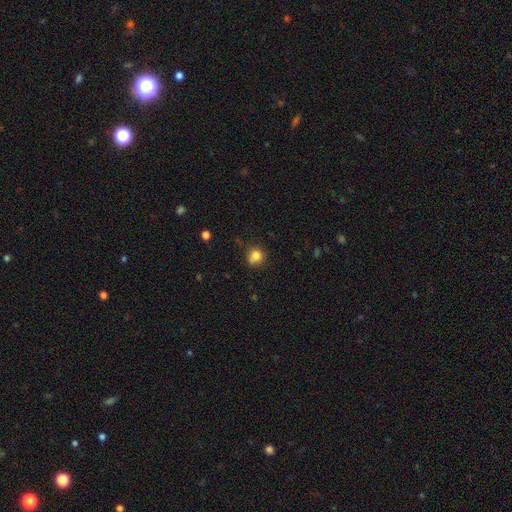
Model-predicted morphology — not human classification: A smooth galaxy with no disk features (82%) that is round (84%).

Vote fractions:
- Smooth or featured? smooth: 82% / star or artifact: 11% / featured or disk: 7%
- How rounded? round: 84% / in between: 15% / cigar-shaped: 1%
- Merging? none: 71% / minor disturbance: 20% / major disturbance: 5% / merger: 4%